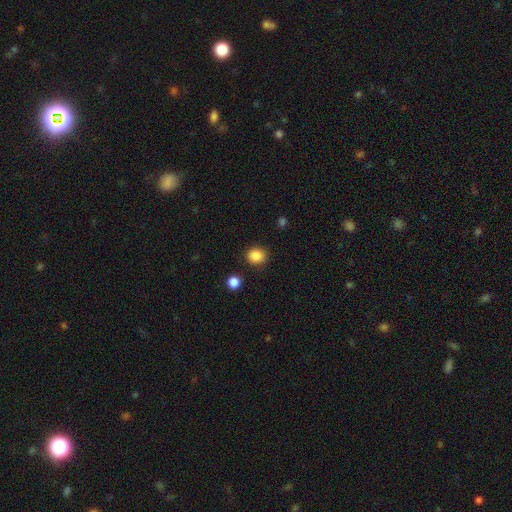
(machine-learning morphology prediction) Q: Smooth or featured?
A: smooth (86%); runner-up: star or artifact (10%)
Q: How rounded?
A: round (82%); runner-up: in between (17%)
Q: Merging?
A: none (87%); runner-up: minor disturbance (8%)